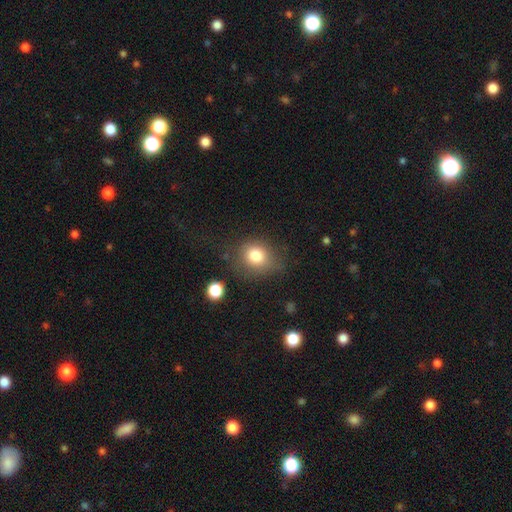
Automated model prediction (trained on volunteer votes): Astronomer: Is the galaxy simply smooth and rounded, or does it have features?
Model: smooth — 80%.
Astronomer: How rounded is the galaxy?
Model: round — 71%.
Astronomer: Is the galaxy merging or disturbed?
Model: none — 65%.